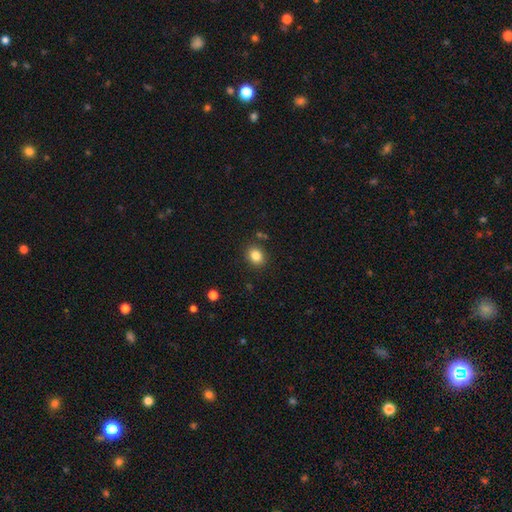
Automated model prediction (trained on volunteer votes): This appears to be a smooth galaxy with no disk features (84%) that is round (58%). Merging: none (87%).